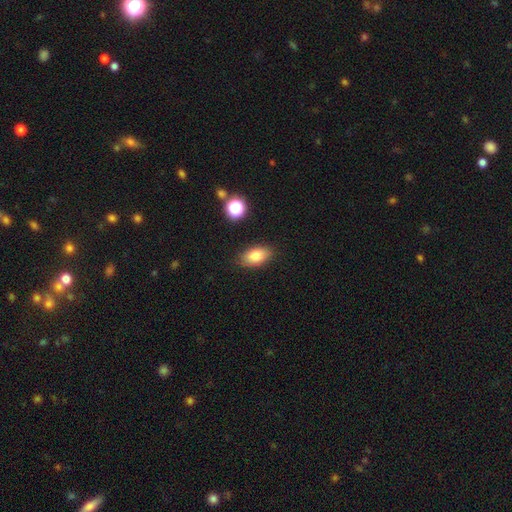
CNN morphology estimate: A smooth galaxy with no disk features (81%) that is in between round and cigar-shaped (90%).

Vote fractions:
- Smooth or featured? smooth: 81% / featured or disk: 10% / star or artifact: 9%
- How rounded? in between: 90% / round: 7% / cigar-shaped: 3%
- Merging? none: 84% / minor disturbance: 12% / major disturbance: 3% / merger: 2%